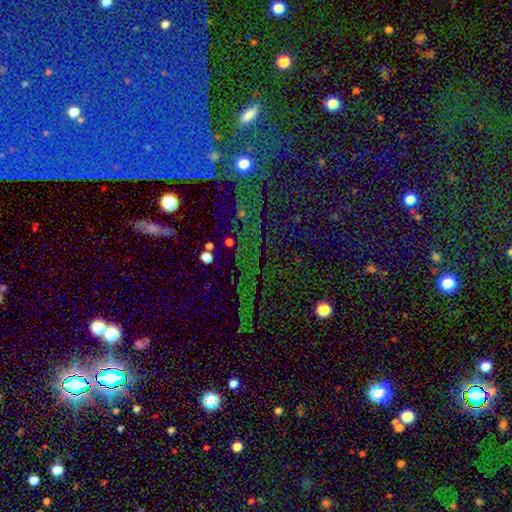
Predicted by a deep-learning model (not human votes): smooth-or-featured: star or artifact: 75% | smooth: 13% | featured or disk: 12%